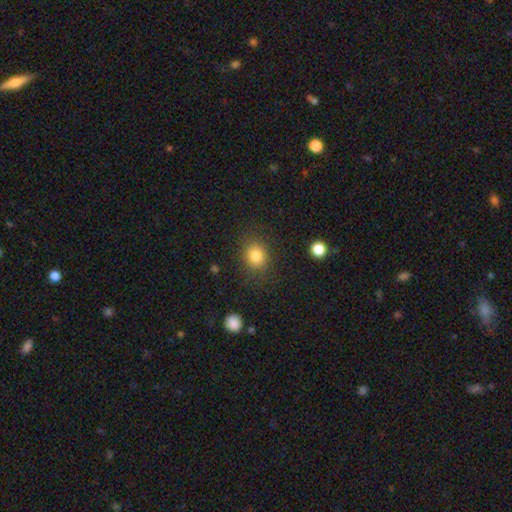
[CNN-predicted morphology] This is clearly a smooth galaxy (83%). How rounded: likely round (69%). Merging: clearly none (83%).